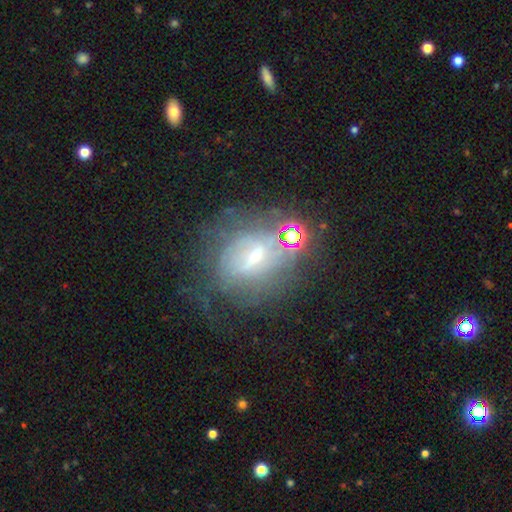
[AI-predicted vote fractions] The model was most divided on "bar": weak: 41%, no: 37%, strong: 22%. More confident: edge-on disk — no (91%); spiral arms — yes (63%); smooth or featured — featured or disk (62%); bulge size — small (60%); merging — none (56%).